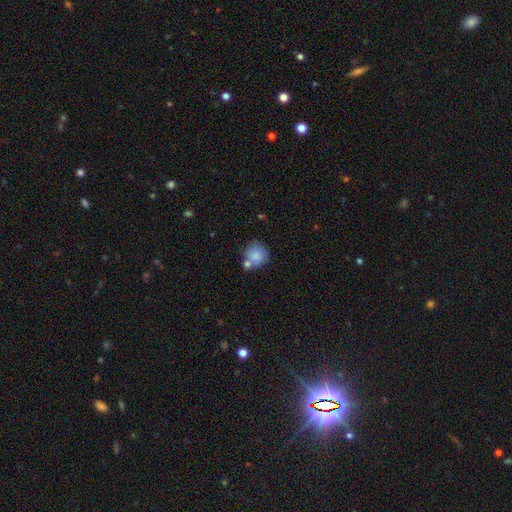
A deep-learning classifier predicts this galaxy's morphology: The model was most divided on "merging": none: 56%, merger: 24%, minor disturbance: 15%, major disturbance: 5%. More confident: how rounded — round (87%); smooth or featured — smooth (83%).